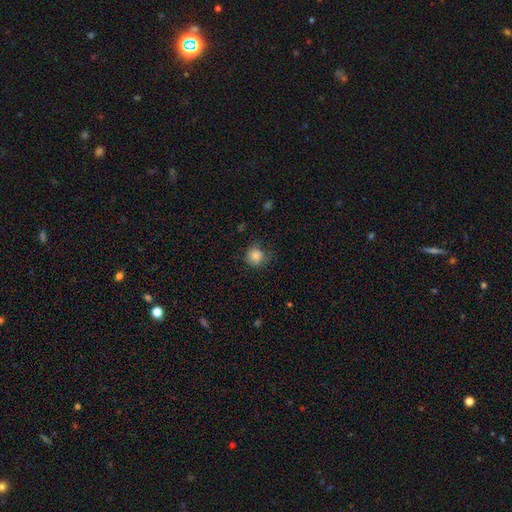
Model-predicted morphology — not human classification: smooth-or-featured: smooth: 81% | star or artifact: 11% | featured or disk: 8%
  how-rounded: round: 85% | in between: 14% | cigar-shaped: 1%
  merging: none: 65% | minor disturbance: 25% | major disturbance: 8% | merger: 2%